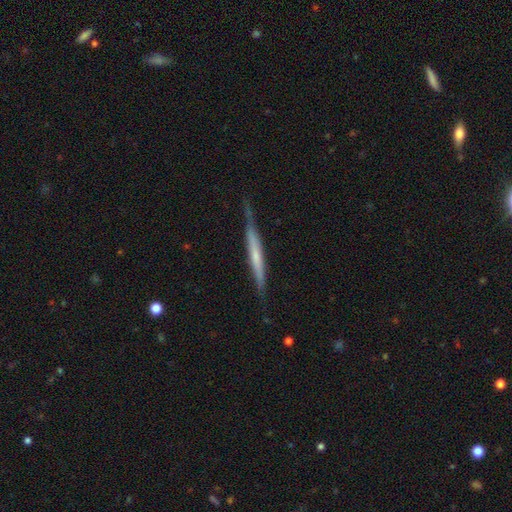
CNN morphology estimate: This is possibly a featured or disk galaxy (55%). It is clearly viewed edge-on (94%). Edge-on bulge: likely none (66%). Merging: likely none (74%).